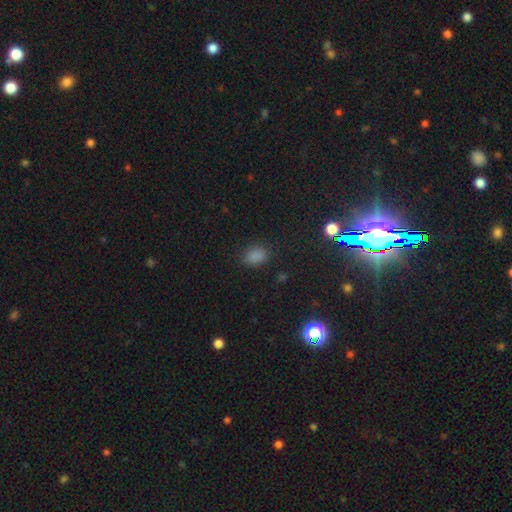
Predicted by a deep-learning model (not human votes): This is clearly a smooth galaxy (81%). How rounded: likely in between (76%). Merging: clearly none (81%).